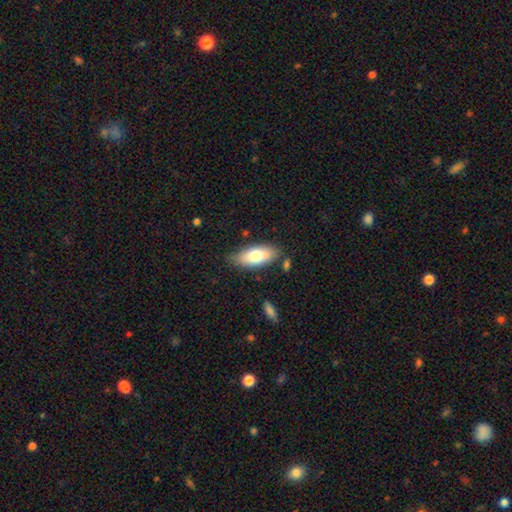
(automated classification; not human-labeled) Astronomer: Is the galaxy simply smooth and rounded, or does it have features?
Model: smooth — 75%.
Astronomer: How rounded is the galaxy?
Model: in between — 85%.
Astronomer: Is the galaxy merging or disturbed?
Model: none — 78%.